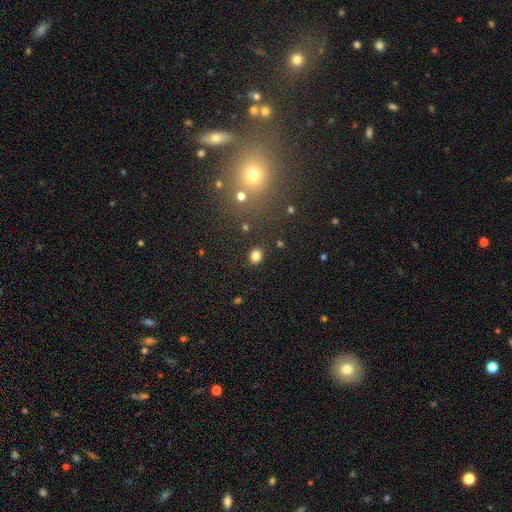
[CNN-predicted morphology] smooth_or_featured: smooth (p=0.82) [alt: star or artifact p=0.14]
how_rounded: round (p=0.63) [alt: in between p=0.36]
merging: none (p=0.87) [alt: minor disturbance p=0.08]